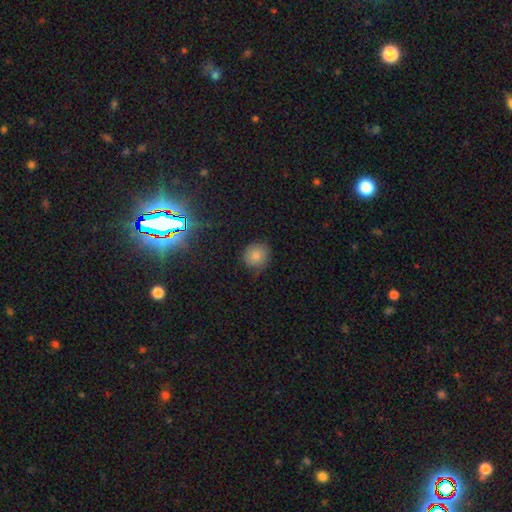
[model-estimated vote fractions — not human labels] Smooth or featured? smooth (79%)
How rounded? round (85%)
Merging? none (76%)